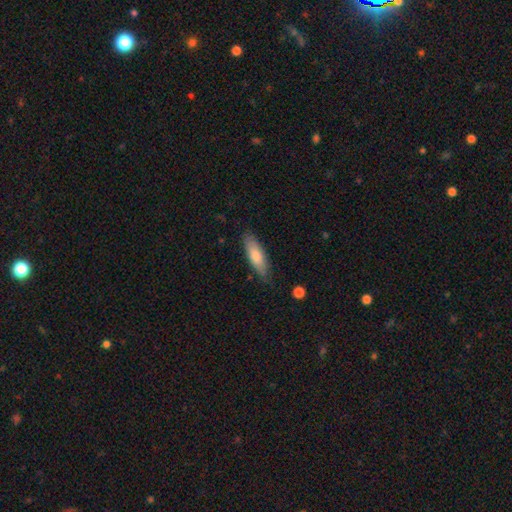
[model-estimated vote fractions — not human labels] Morphology: type=smooth (75%); roundness=in between (50%); merging=none (81%).